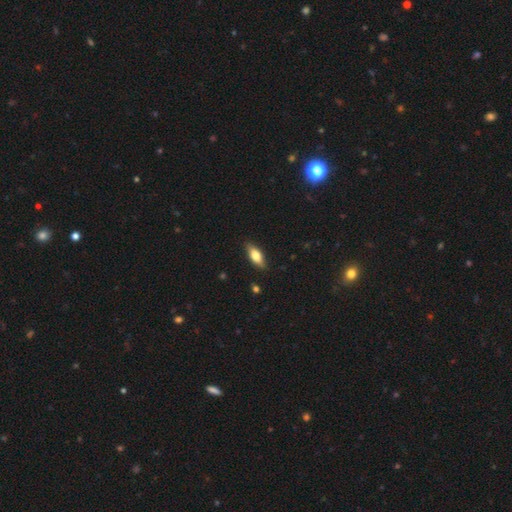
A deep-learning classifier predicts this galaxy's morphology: Smooth or featured? smooth (69%)
How rounded? in between (73%)
Merging? none (86%)